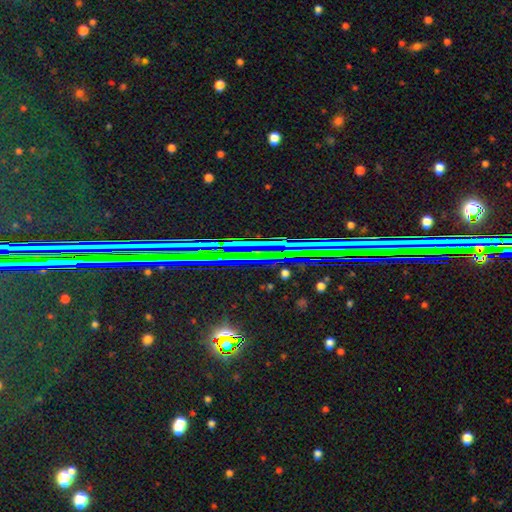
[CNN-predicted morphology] This appears to be a star or artifact, not a galaxy (82%).